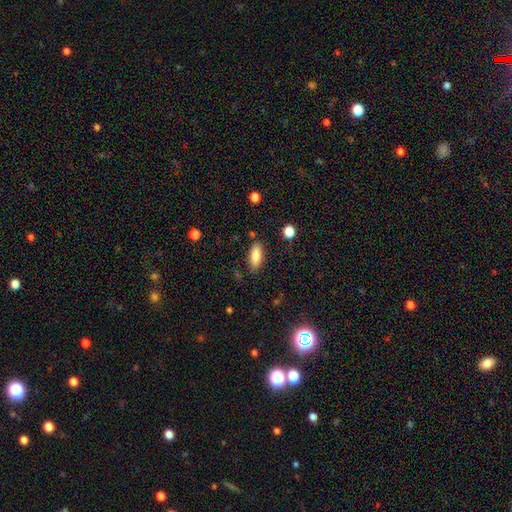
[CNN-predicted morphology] Smooth or featured? smooth (84%)
How rounded? in between (77%)
Merging? none (84%)